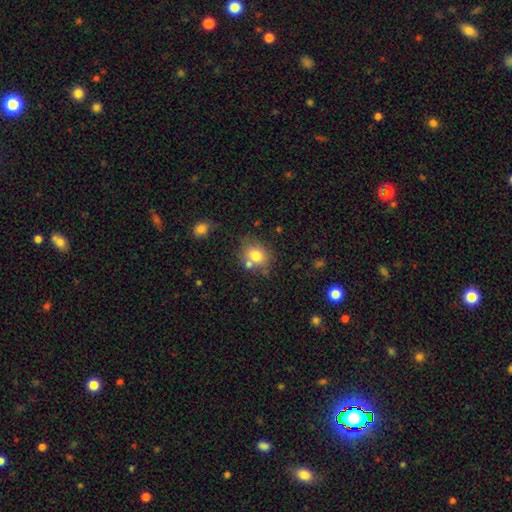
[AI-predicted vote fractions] Smooth or featured? smooth (77%)
How rounded? round (62%)
Merging? none (61%)